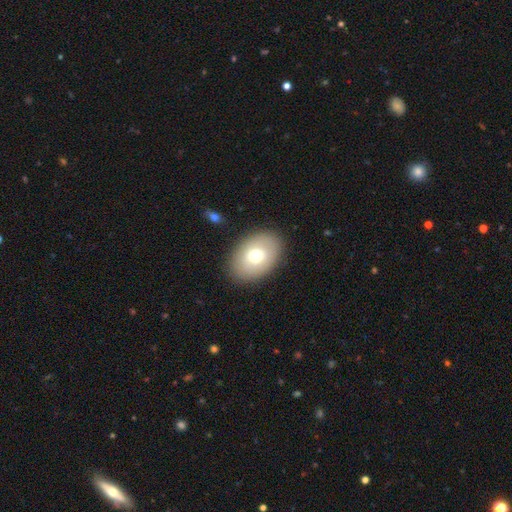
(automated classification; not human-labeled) Q: Smooth or featured?
A: smooth (70%); runner-up: featured or disk (22%)
Q: How rounded?
A: in between (83%); runner-up: round (16%)
Q: Merging?
A: none (87%); runner-up: minor disturbance (9%)